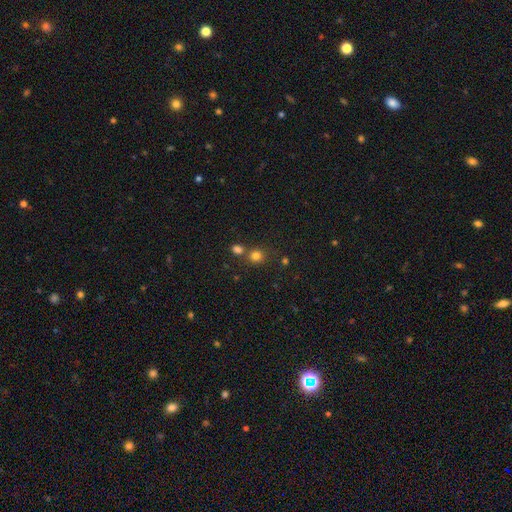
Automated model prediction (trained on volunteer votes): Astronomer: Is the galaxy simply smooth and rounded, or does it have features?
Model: smooth — 78%.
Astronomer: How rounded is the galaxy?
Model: round — 83%.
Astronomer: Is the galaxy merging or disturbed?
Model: none — 62%.